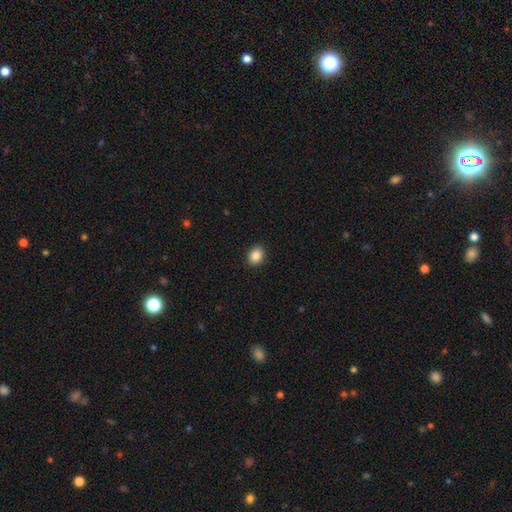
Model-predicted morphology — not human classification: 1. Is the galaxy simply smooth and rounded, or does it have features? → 87% smooth, 9% star or artifact, 4% featured or disk.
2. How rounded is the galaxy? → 50% in between, 49% round, 1% cigar-shaped.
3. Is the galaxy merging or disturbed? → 91% none, 7% minor disturbance, 2% major disturbance, 1% merger.